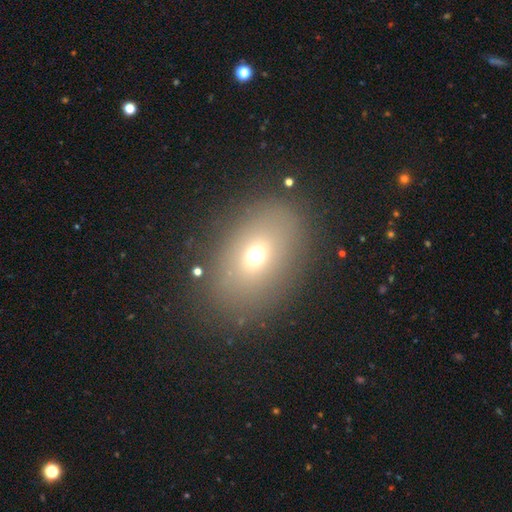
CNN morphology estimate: smooth-or-featured: smooth: 65% | star or artifact: 18% | featured or disk: 17%
  how-rounded: in between: 69% | round: 29% | cigar-shaped: 2%
  merging: none: 81% | minor disturbance: 11% | major disturbance: 6% | merger: 2%